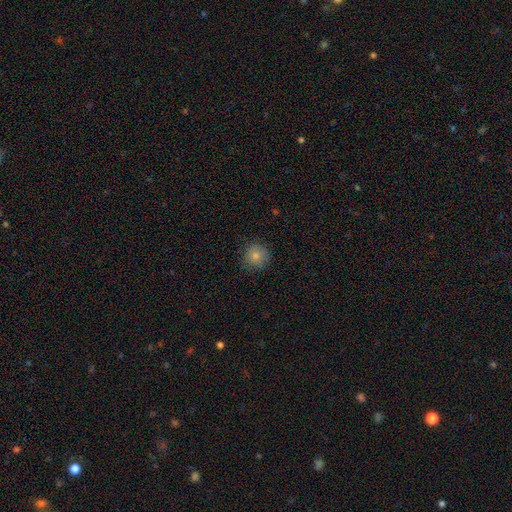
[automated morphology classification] A smooth galaxy with no disk features (82%) that is round (92%).

Vote fractions:
- Smooth or featured? smooth: 82% / star or artifact: 10% / featured or disk: 8%
- How rounded? round: 92% / in between: 7% / cigar-shaped: 1%
- Merging? none: 83% / minor disturbance: 13% / major disturbance: 3% / merger: 1%